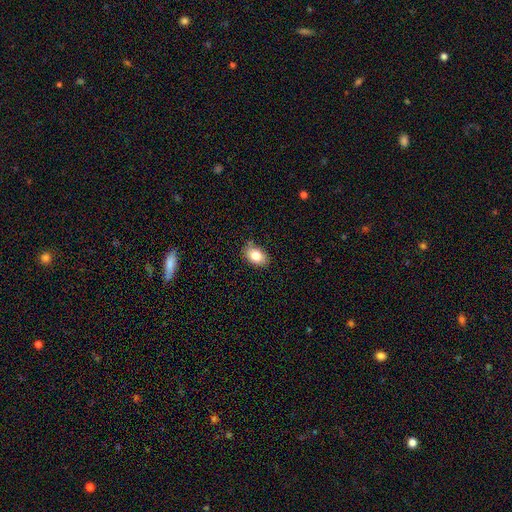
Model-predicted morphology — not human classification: A smooth galaxy with no disk features (82%) that is in between round and cigar-shaped (84%). Merging: none (77%).